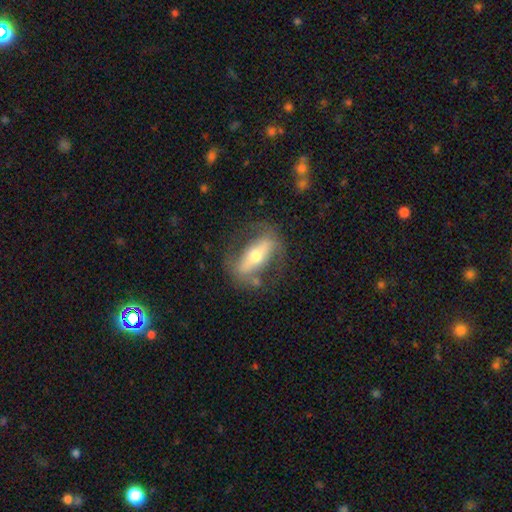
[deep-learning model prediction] Smooth or featured?
  - featured or disk: 66% *
  - smooth: 28%
  - star or artifact: 6%
Edge-on disk?
  - no: 65% *
  - yes: 35%
Merging?
  - none: 69% *
  - minor disturbance: 16%
  - major disturbance: 12%
  - merger: 3%